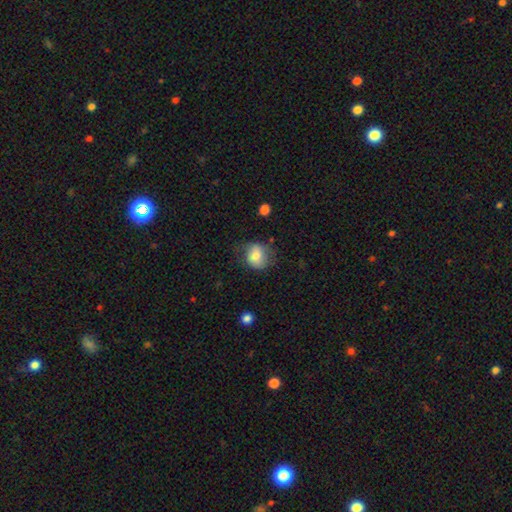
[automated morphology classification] smooth 73%, featured or disk 19%, star or artifact 8%. Down the decision tree: how rounded — round (66%); merging — none (61%).